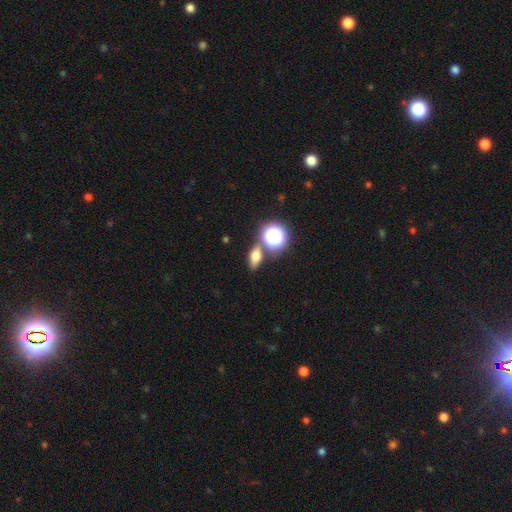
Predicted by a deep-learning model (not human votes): Smooth or featured? Predicted: smooth (p=0.60). How rounded? Predicted: in between (p=0.64). Merging? Predicted: none (p=0.74).